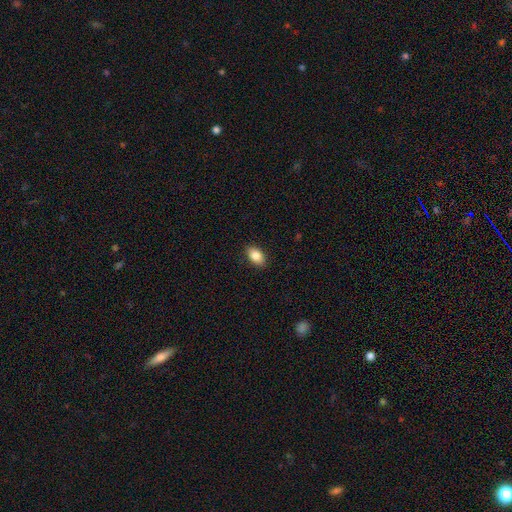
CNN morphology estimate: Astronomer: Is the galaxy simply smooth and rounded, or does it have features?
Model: smooth — 85%.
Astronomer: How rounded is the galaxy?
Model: in between — 90%.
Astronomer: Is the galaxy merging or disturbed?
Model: none — 89%.